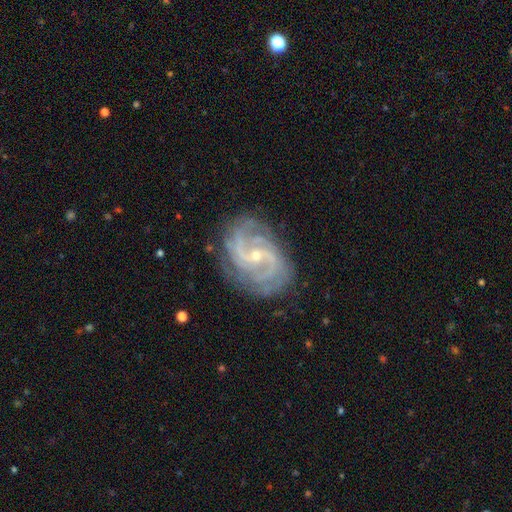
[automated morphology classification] Smooth or featured? Predicted: featured or disk (p=0.91). Edge-on disk? Predicted: no (p=0.97). Bar? Predicted: weak (p=0.44). Spiral arms? Predicted: yes (p=0.98). Spiral winding? Predicted: medium (p=0.47). Spiral arm count? Predicted: 2 (p=0.51). Bulge size? Predicted: small (p=0.75). Merging? Predicted: none (p=0.77).